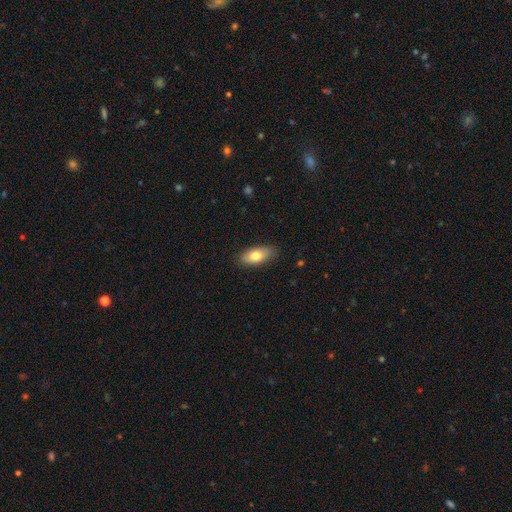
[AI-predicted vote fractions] Smooth or featured?
  - smooth: 77% *
  - featured or disk: 17%
  - star or artifact: 6%
How rounded?
  - in between: 86% *
  - cigar-shaped: 11%
  - round: 3%
Merging?
  - none: 84% *
  - minor disturbance: 12%
  - major disturbance: 2%
  - merger: 1%